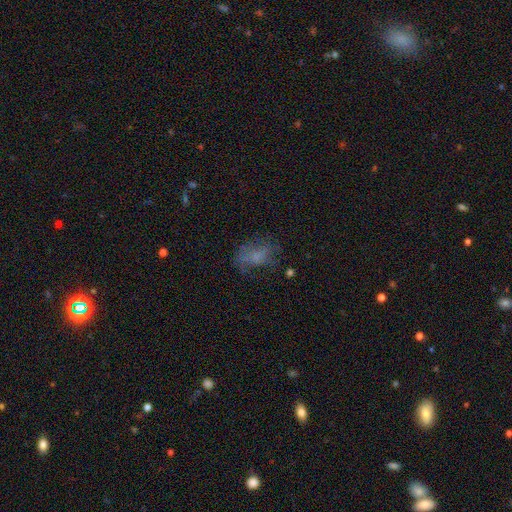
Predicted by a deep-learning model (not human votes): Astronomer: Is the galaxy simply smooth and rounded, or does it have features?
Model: smooth — 48% (runner-up: featured or disk, 34%).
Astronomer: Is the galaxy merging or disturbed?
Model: none — 49% (runner-up: major disturbance, 26%).